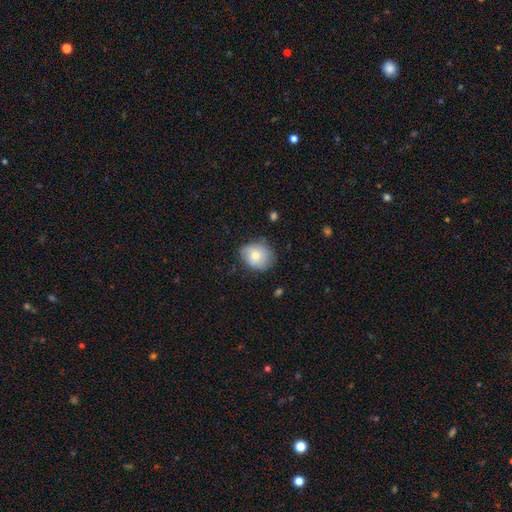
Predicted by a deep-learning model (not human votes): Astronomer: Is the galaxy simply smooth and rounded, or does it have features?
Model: smooth — 72%.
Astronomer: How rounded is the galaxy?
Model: round — 62% (runner-up: in between, 37%).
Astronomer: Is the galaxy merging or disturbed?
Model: none — 70%.